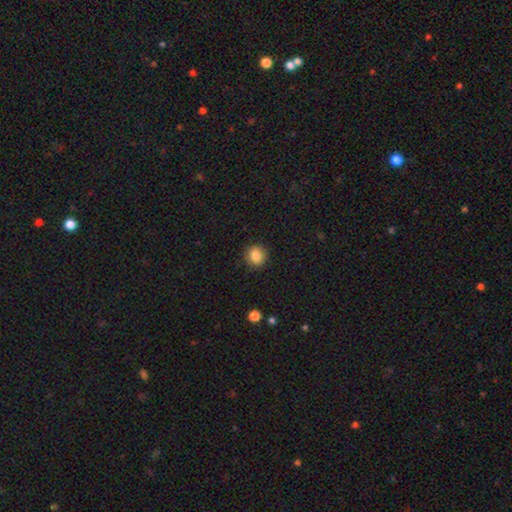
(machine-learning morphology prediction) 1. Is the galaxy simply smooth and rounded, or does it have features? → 85% smooth, 10% star or artifact, 5% featured or disk.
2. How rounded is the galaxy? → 80% round, 19% in between, 1% cigar-shaped.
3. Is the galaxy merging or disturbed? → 90% none, 7% minor disturbance, 2% major disturbance, 1% merger.